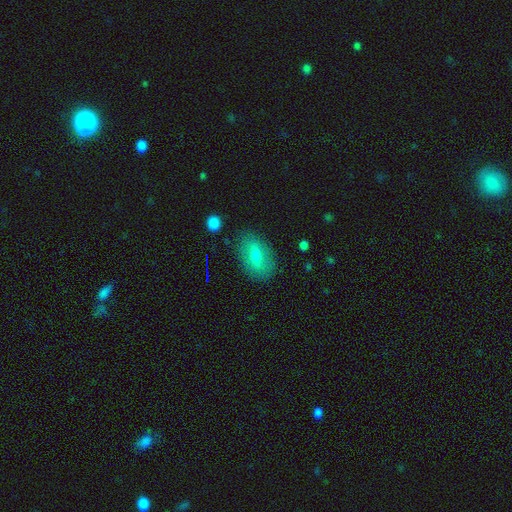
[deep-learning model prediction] A smooth galaxy with no disk features (60%) that is in between round and cigar-shaped (85%). Merging: none (82%).